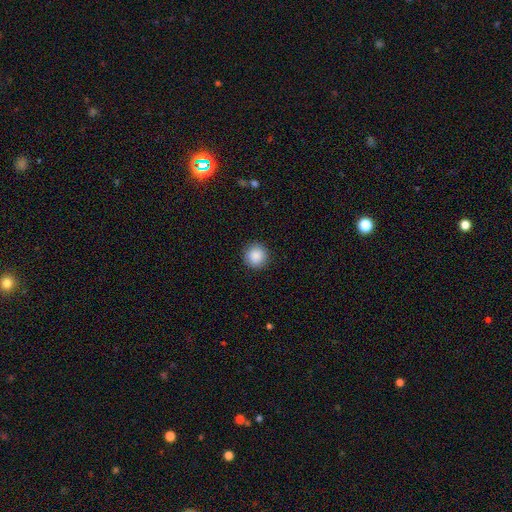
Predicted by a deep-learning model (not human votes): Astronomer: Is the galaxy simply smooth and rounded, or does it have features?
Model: smooth — 88%.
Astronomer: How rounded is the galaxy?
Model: round — 94%.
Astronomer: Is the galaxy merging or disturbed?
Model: none — 91%.